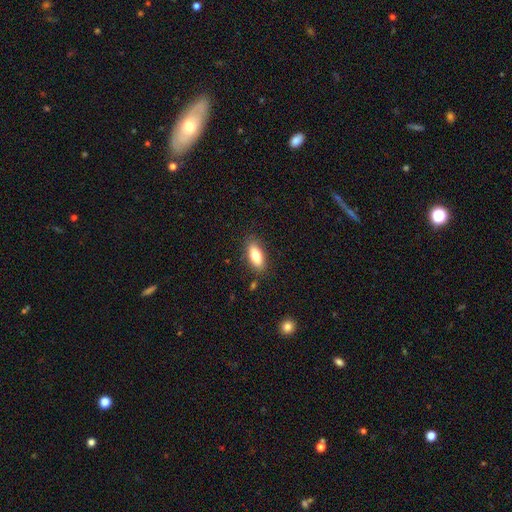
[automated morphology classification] Smooth or featured? smooth (80%)
How rounded? in between (80%)
Merging? none (85%)